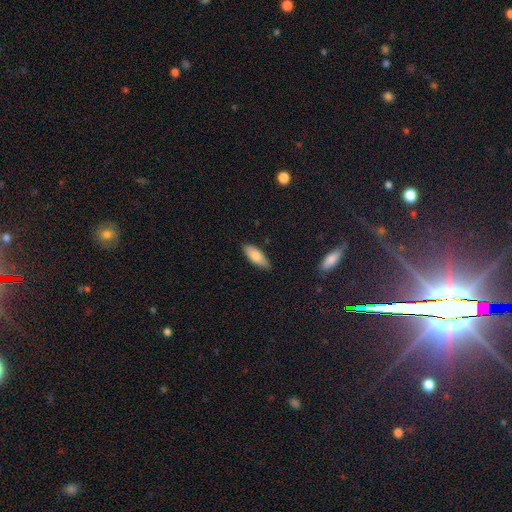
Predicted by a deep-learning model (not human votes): The model was most divided on "how rounded": in between: 72%, cigar-shaped: 26%, round: 2%. More confident: merging — none (81%); smooth or featured — smooth (81%).